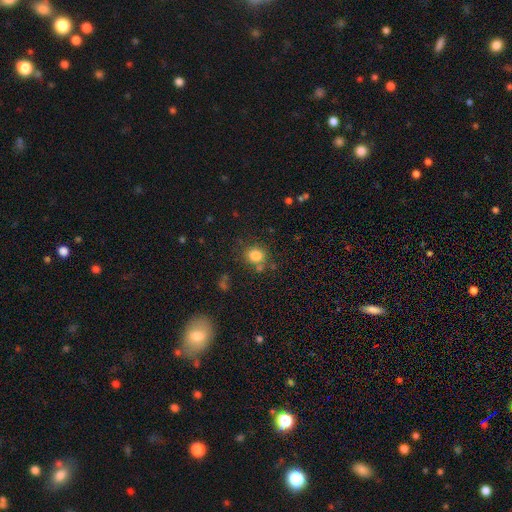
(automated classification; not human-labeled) smooth 81%, star or artifact 12%, featured or disk 7%. Down the decision tree: how rounded — round (80%); merging — none (75%).